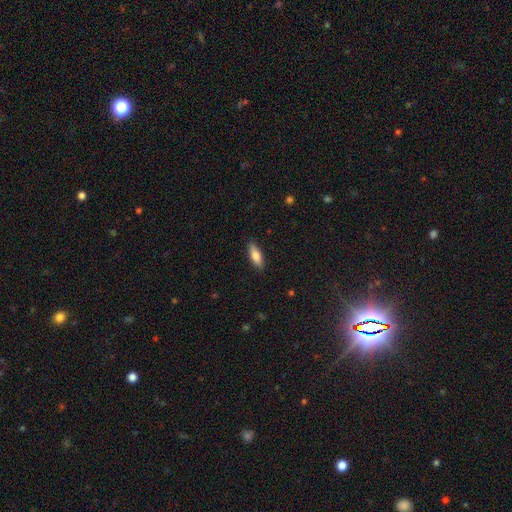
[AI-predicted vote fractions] smooth-or-featured: smooth: 78% | featured or disk: 16% | star or artifact: 6%
  how-rounded: in between: 67% | cigar-shaped: 31% | round: 2%
  merging: none: 88% | minor disturbance: 9% | major disturbance: 2% | merger: 1%